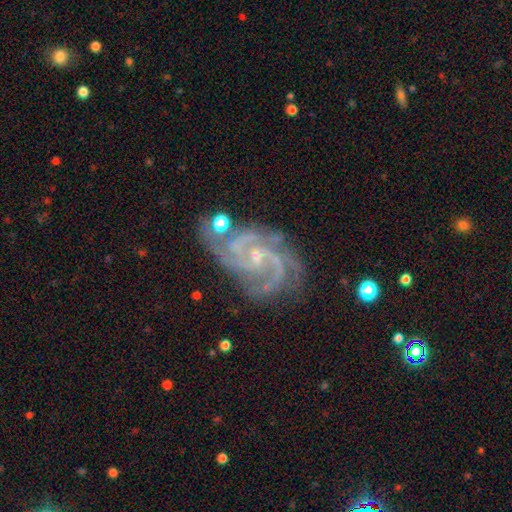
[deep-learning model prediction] smooth-or-featured: featured or disk: 91% | star or artifact: 6% | smooth: 3%
  disk-edge-on: no: 98% | yes: 2%
    bar: no: 55% | weak: 34% | strong: 11%
    has-spiral-arms: yes: 99% | no: 1%
      spiral-winding: tight: 48% | medium: 45% | loose: 7%
      spiral-arm-count: 3: 38% | 2: 26% | 4: 15% | can't tell: 9% | more than 4: 6% | 1: 6%
    bulge-size: small: 80% | moderate: 15% | none: 3% | large: 1% | dominant: 1%
  merging: none: 64% | minor disturbance: 21% | major disturbance: 9% | merger: 6%